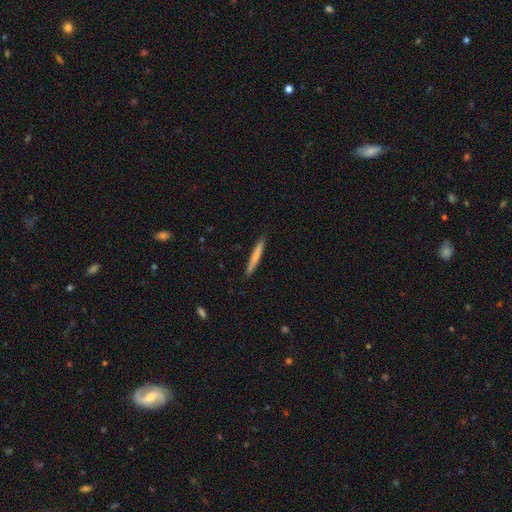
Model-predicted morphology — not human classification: The model was most divided on "smooth or featured": smooth: 71%, featured or disk: 24%, star or artifact: 5%. More confident: how rounded — cigar-shaped (96%); merging — none (90%).